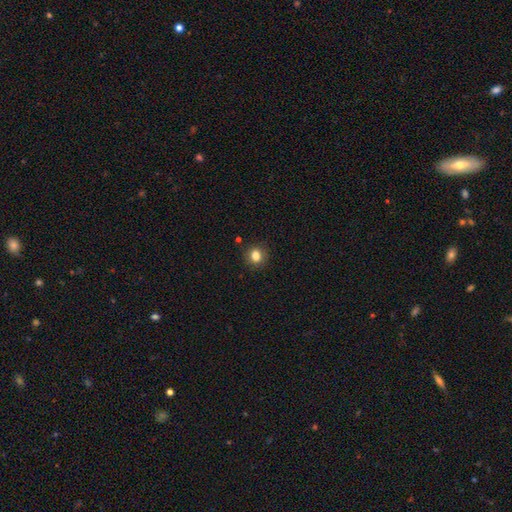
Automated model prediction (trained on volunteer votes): Smooth or featured: smooth — 82% (star or artifact — 11%)
How rounded: round — 76% (in between — 23%)
Merging: none — 87% (minor disturbance — 9%)